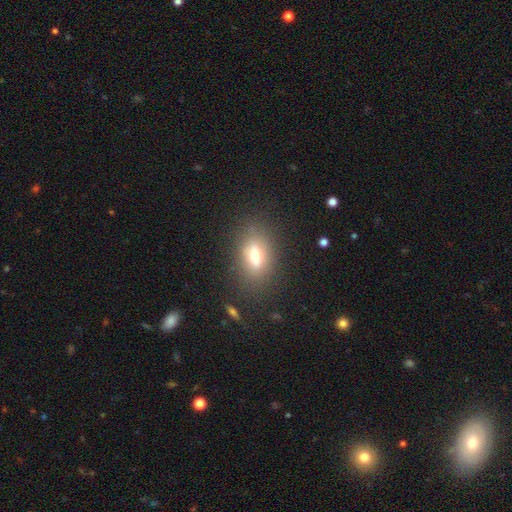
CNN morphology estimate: Smooth or featured? smooth (66%)
How rounded? in between (78%)
Merging? none (82%)